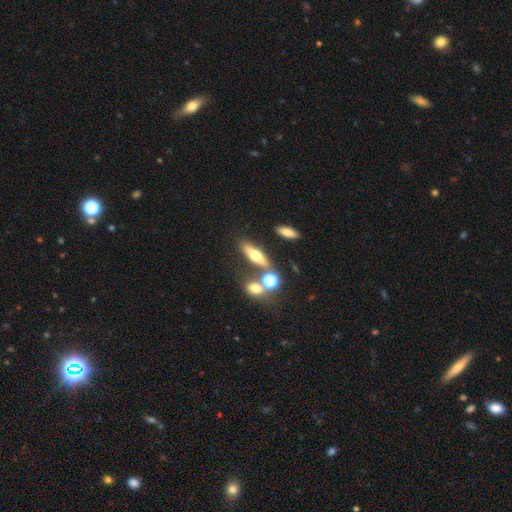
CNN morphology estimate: The model was most divided on "how rounded" (2-way tie): in between: 45%, cigar-shaped: 45%, round: 11%. More confident: merging — none (66%); smooth or featured — smooth (52%).